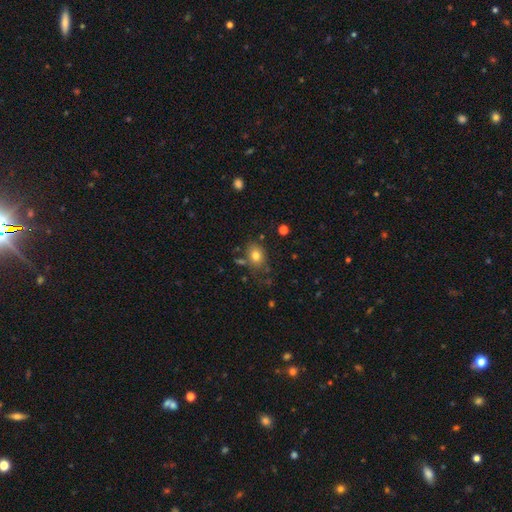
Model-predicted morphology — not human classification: Smooth or featured? Predicted: smooth (p=0.78). How rounded? Predicted: in between (p=0.55). Merging? Predicted: none (p=0.70).